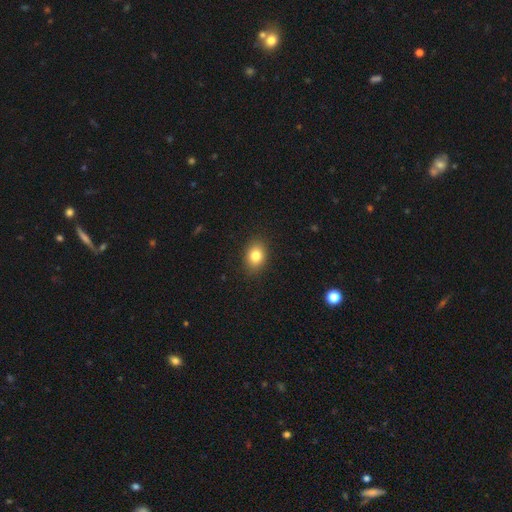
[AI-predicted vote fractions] smooth 81%, star or artifact 10%, featured or disk 8%. Down the decision tree: how rounded — in between (62%); merging — none (88%).